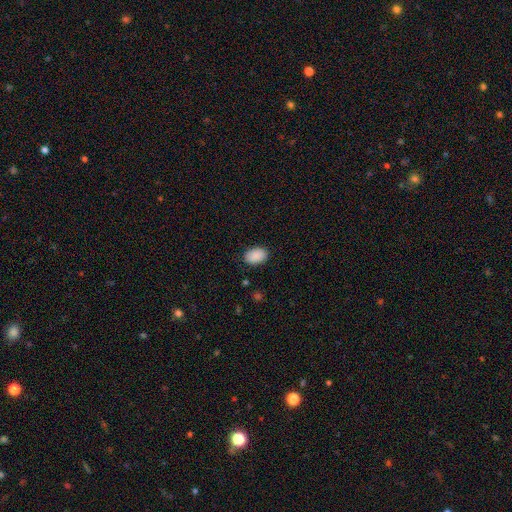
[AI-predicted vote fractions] Smooth or featured?
  - smooth: 90% *
  - star or artifact: 7%
  - featured or disk: 3%
How rounded?
  - in between: 87% *
  - round: 12%
  - cigar-shaped: 1%
Merging?
  - none: 86% *
  - minor disturbance: 11%
  - major disturbance: 2%
  - merger: 1%